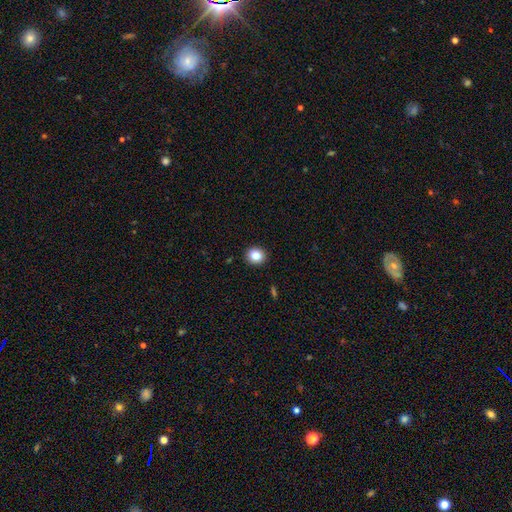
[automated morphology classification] Smooth or featured? Predicted: smooth (p=0.85). How rounded? Predicted: round (p=0.81). Merging? Predicted: none (p=0.92).